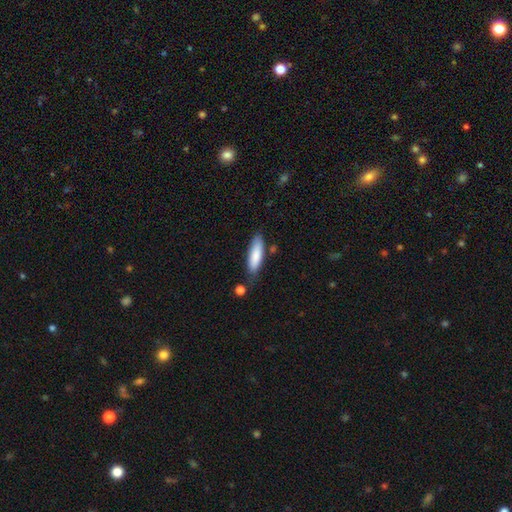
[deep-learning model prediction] A smooth galaxy with no disk features (83%) that is cigar-shaped (55%).

Vote fractions:
- Smooth or featured? smooth: 83% / featured or disk: 11% / star or artifact: 6%
- How rounded? cigar-shaped: 55% / in between: 44% / round: 1%
- Merging? none: 73% / minor disturbance: 18% / merger: 5% / major disturbance: 4%